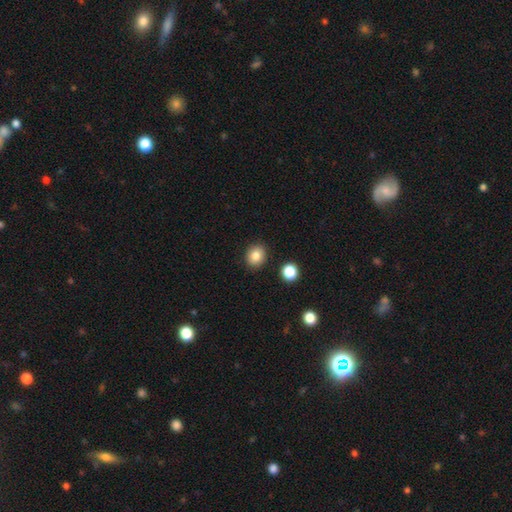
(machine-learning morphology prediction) smooth_or_featured: smooth (p=0.84) [alt: star or artifact p=0.10]
how_rounded: round (p=0.69) [alt: in between p=0.30]
merging: none (p=0.88) [alt: minor disturbance p=0.07]